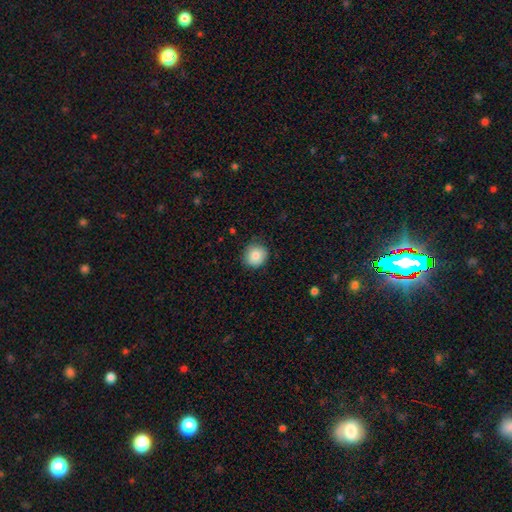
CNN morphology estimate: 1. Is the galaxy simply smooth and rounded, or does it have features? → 84% smooth, 8% star or artifact, 8% featured or disk.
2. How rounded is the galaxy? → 90% round, 9% in between, 1% cigar-shaped.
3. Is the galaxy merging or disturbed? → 84% none, 13% minor disturbance, 3% major disturbance, 1% merger.